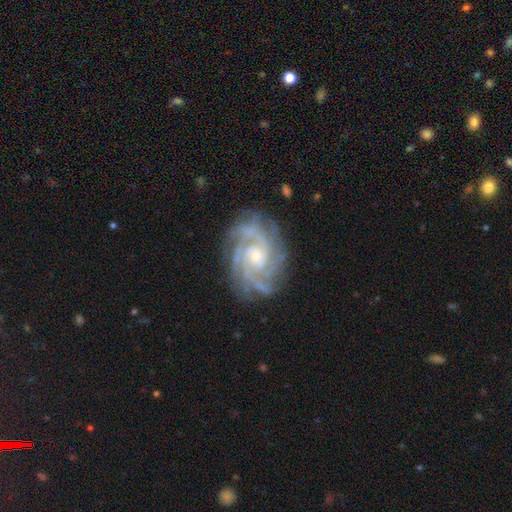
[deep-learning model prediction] Smooth or featured?
  - featured or disk: 91% *
  - star or artifact: 5%
  - smooth: 4%
Edge-on disk?
  - no: 98% *
  - yes: 2%
Bar?
  - no: 69% *
  - weak: 25%
  - strong: 6%
Spiral arms?
  - yes: 98% *
  - no: 2%
Spiral winding?
  - tight: 69% *
  - medium: 27%
  - loose: 3%
Spiral arm count?
  - 4: 29% *
  - 3: 25%
  - can't tell: 16%
  - 2: 12%
  - more than 4: 11%
  - 1: 7%
Bulge size?
  - small: 55% *
  - moderate: 40%
  - large: 2%
  - none: 2%
  - dominant: 1%
Merging?
  - none: 79% *
  - minor disturbance: 15%
  - major disturbance: 5%
  - merger: 1%